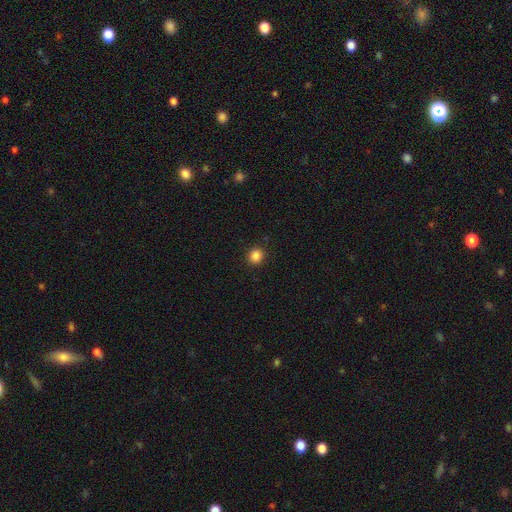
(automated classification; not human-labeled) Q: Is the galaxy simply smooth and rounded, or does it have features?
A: smooth — 86%.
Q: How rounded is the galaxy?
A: round — 86%.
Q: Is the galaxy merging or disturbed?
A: none — 91%.